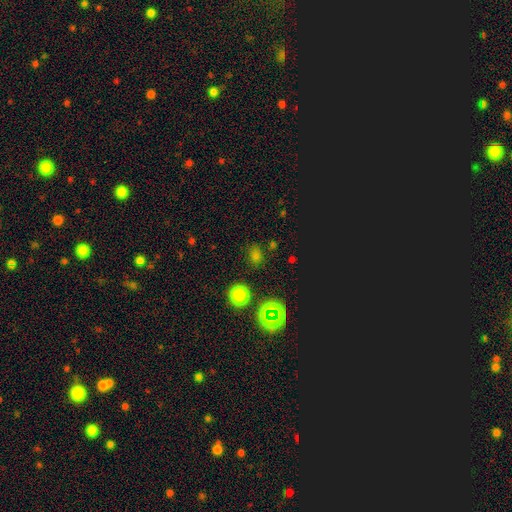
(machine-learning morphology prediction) type=smooth (57%); roundness=round (67%); merging=none (80%).